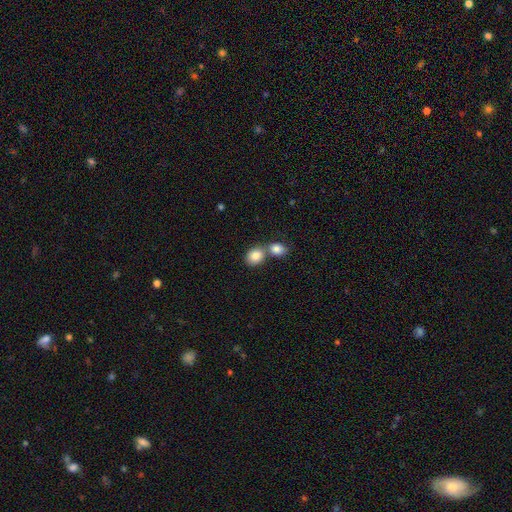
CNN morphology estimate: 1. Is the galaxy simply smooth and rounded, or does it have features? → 84% smooth, 8% star or artifact, 8% featured or disk.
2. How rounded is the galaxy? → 50% round, 48% in between, 1% cigar-shaped.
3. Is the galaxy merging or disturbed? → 51% merger, 39% none, 7% minor disturbance, 2% major disturbance.